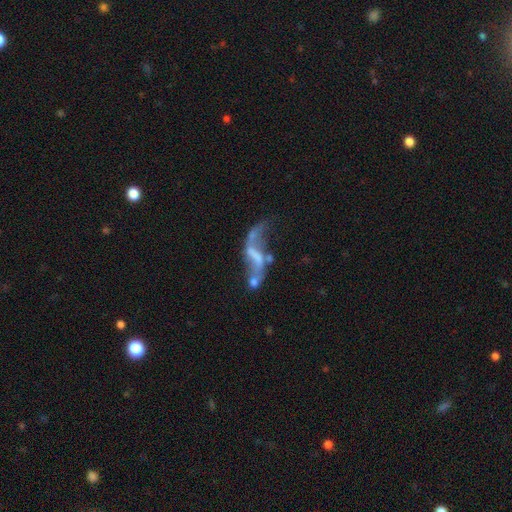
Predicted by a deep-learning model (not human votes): A featured or disk galaxy (78%) with a weak bar (37%), 2 (84%) loose (92%) spiral arms (77%) and no central bulge (57%).

Vote fractions:
- Smooth or featured? featured or disk: 78% / smooth: 11% / star or artifact: 10%
- Edge-on disk? no: 91% / yes: 9%
- Bar? weak: 37% / strong: 33% / no: 30%
- Spiral arms? yes: 77% / no: 23%
- Spiral winding? loose: 92% / medium: 6% / tight: 2%
- Spiral arm count? 2: 84% / 1: 8% / can't tell: 4% / 3: 1% / 4: 1% / more than 4: 1%
- Bulge size? none: 57% / small: 29% / moderate: 11% / large: 2% / dominant: 1%
- Merging? none: 37% / major disturbance: 24% / merger: 23% / minor disturbance: 16%